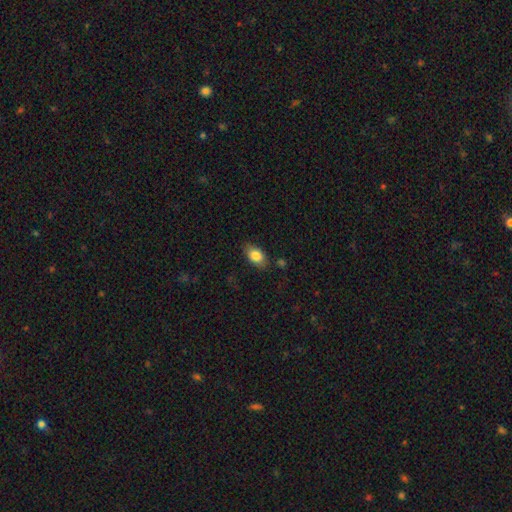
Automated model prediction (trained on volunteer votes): This appears to be a smooth galaxy with no disk features (83%) that is in between round and cigar-shaped (87%). Merging: none (79%).